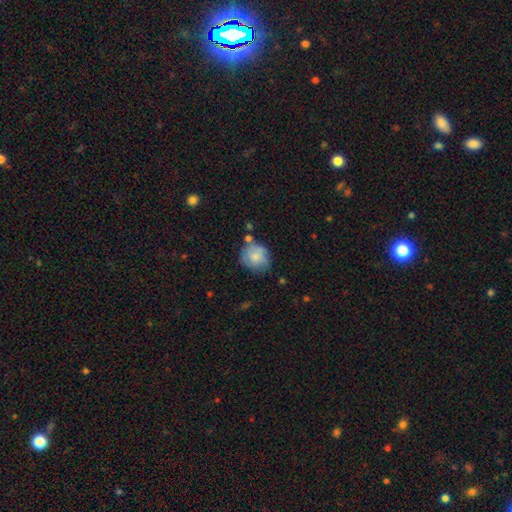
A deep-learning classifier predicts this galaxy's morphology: The model was most divided on "merging": none: 58%, minor disturbance: 26%, merger: 8%, major disturbance: 8%. More confident: how rounded — round (78%); smooth or featured — smooth (74%).